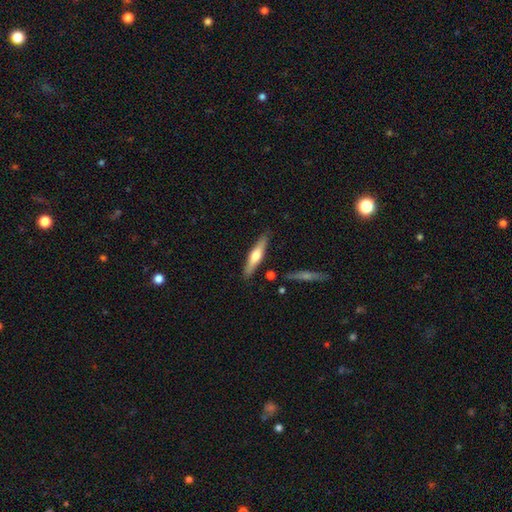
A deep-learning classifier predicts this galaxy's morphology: smooth-or-featured: smooth: 49% | featured or disk: 46% | star or artifact: 5%
  merging: none: 85% | minor disturbance: 9% | merger: 3% | major disturbance: 2%